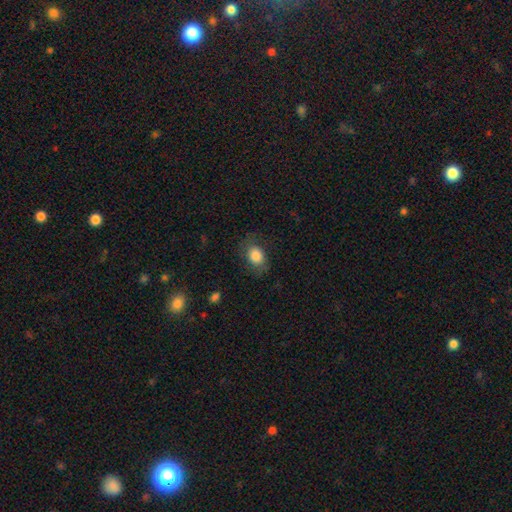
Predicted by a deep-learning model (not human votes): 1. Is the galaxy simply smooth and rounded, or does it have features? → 81% smooth, 12% featured or disk, 8% star or artifact.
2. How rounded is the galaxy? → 61% in between, 37% round, 1% cigar-shaped.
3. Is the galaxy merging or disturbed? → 70% none, 19% minor disturbance, 10% major disturbance, 1% merger.